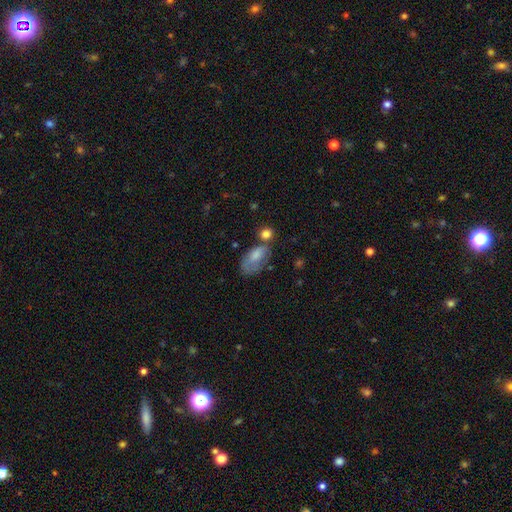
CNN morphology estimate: Overall: smooth (72%). How rounded: in between (91%). Merging: none (34%; minor disturbance 29%).